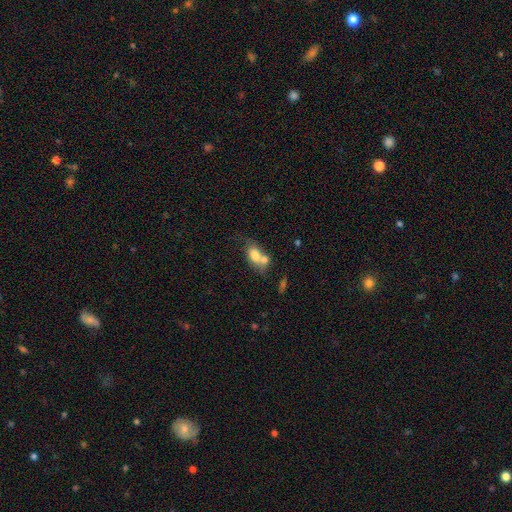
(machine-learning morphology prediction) This appears to be a smooth galaxy with no disk features (73%) that is in between round and cigar-shaped (74%). Merging: merger (58%).